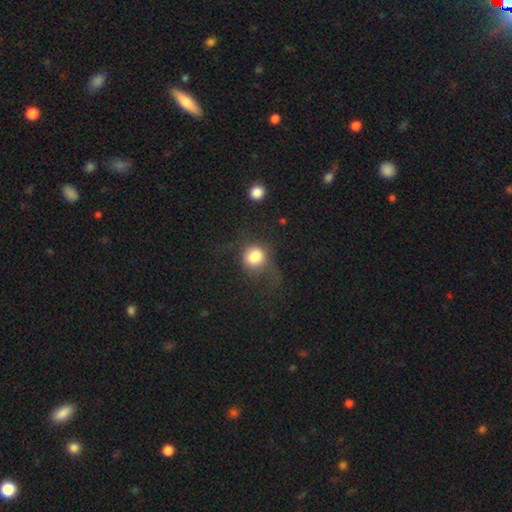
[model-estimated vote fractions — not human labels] smooth-or-featured: smooth: 75% | featured or disk: 15% | star or artifact: 10%
  how-rounded: round: 72% | in between: 26% | cigar-shaped: 1%
  merging: none: 38% | major disturbance: 35% | minor disturbance: 22% | merger: 4%